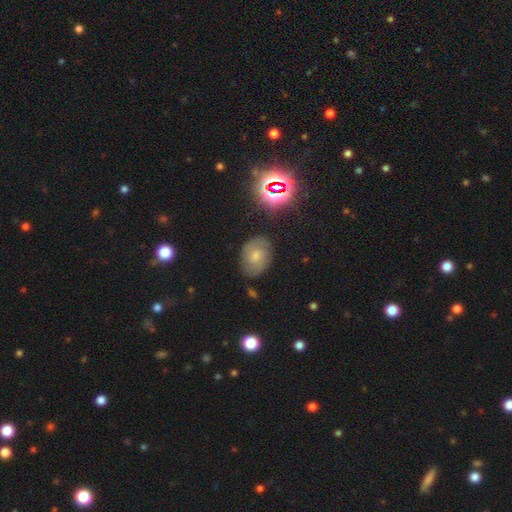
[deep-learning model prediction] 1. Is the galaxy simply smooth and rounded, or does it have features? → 46% featured or disk, 40% smooth, 14% star or artifact.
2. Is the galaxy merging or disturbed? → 76% none, 17% minor disturbance, 5% major disturbance, 2% merger.